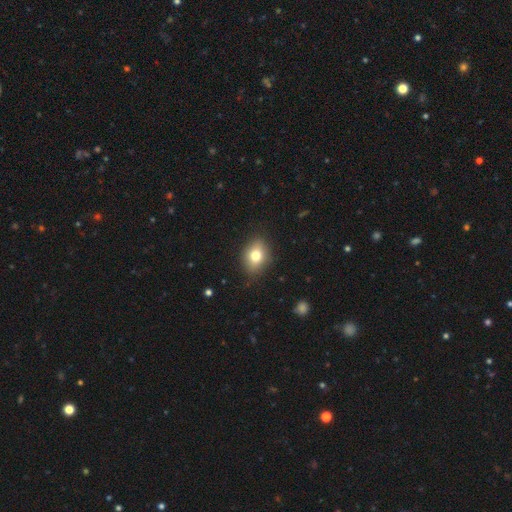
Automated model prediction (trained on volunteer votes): The model was most divided on "how rounded": in between: 62%, round: 36%, cigar-shaped: 1%. More confident: merging — none (85%); smooth or featured — smooth (77%).